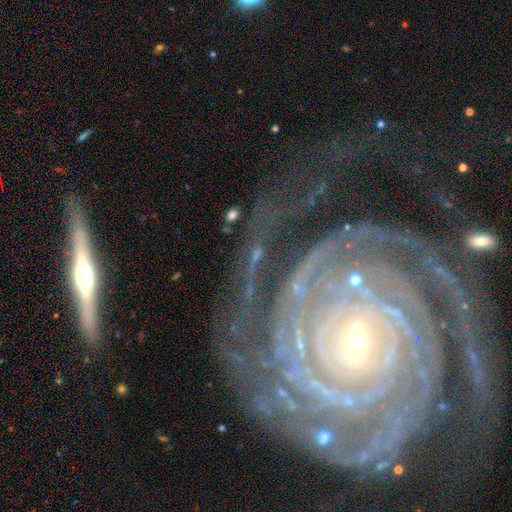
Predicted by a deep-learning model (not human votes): Q: Smooth or featured?
A: featured or disk (68%); runner-up: star or artifact (19%)
Q: Edge-on disk?
A: no (89%); runner-up: yes (11%)
Q: Bar?
A: no (36%); runner-up: strong (34%)
Q: Spiral arms?
A: yes (91%); runner-up: no (9%)
Q: Spiral winding?
A: tight (57%); runner-up: medium (31%)
Q: Spiral arm count?
A: 2 (28%); runner-up: can't tell (25%)
Q: Bulge size?
A: small (60%); runner-up: moderate (26%)
Q: Merging?
A: none (63%); runner-up: minor disturbance (17%)